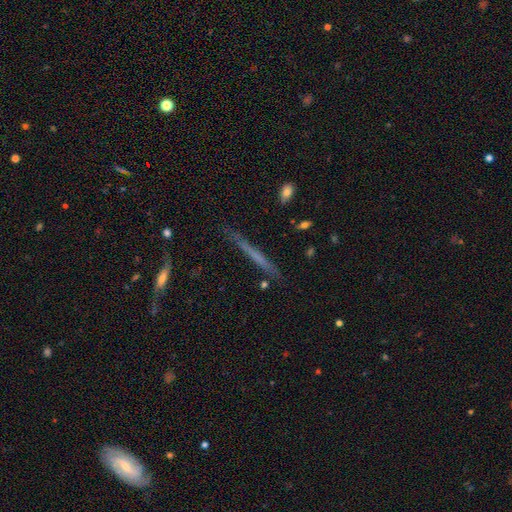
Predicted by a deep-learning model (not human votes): Q: Smooth or featured?
A: featured or disk (50%); runner-up: smooth (41%)
Q: Edge-on disk?
A: yes (95%); runner-up: no (5%)
Q: Merging?
A: none (83%); runner-up: minor disturbance (12%)